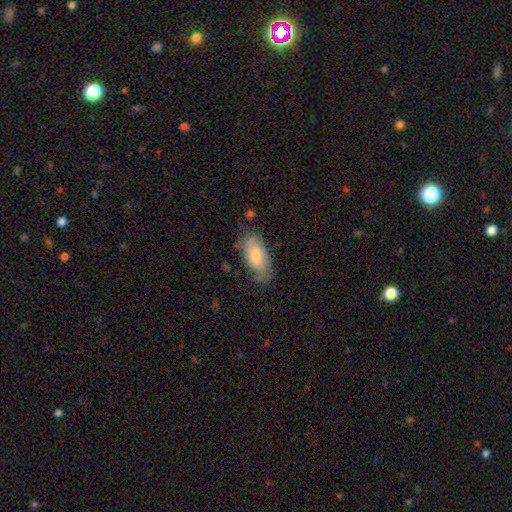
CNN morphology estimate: Smooth or featured: smooth — 66% (featured or disk — 28%)
How rounded: in between — 89% (cigar-shaped — 8%)
Merging: none — 63% (minor disturbance — 26%)